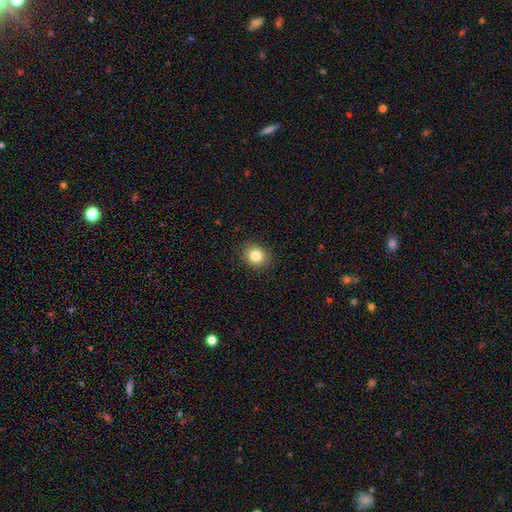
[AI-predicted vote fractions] The model was most divided on "how rounded": round: 69%, in between: 30%, cigar-shaped: 1%. More confident: merging — none (90%); smooth or featured — smooth (83%).